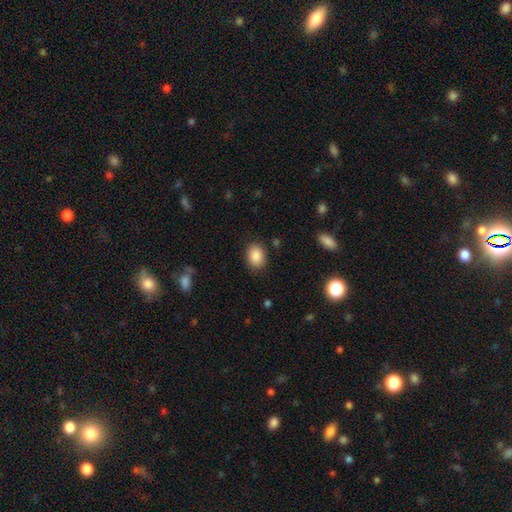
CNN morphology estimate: This is clearly a smooth galaxy (87%). How rounded: likely in between (69%). Merging: clearly none (86%).